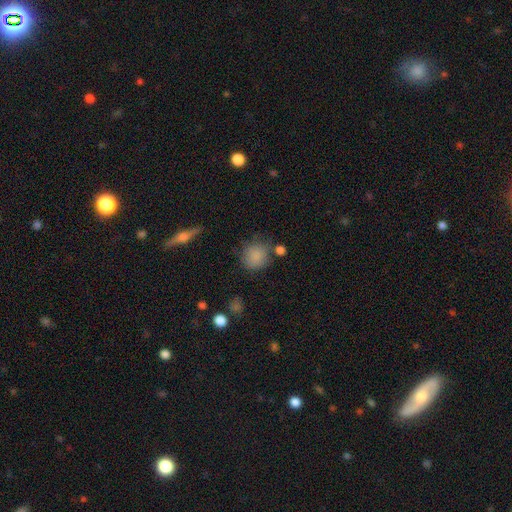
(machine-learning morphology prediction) Smooth or featured? smooth (83%)
How rounded? round (85%)
Merging? none (67%)